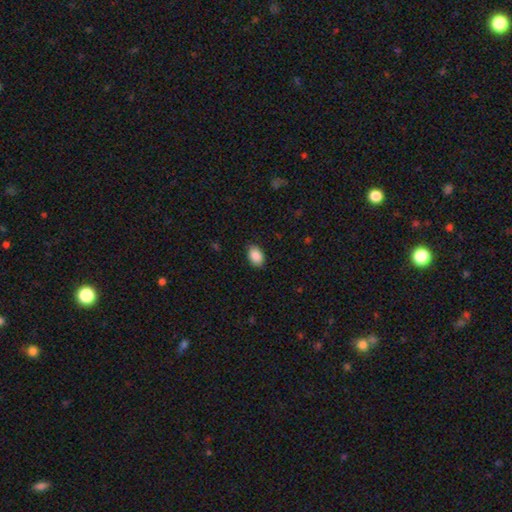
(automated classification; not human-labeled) Smooth or featured? smooth (89%)
How rounded? in between (84%)
Merging? none (85%)